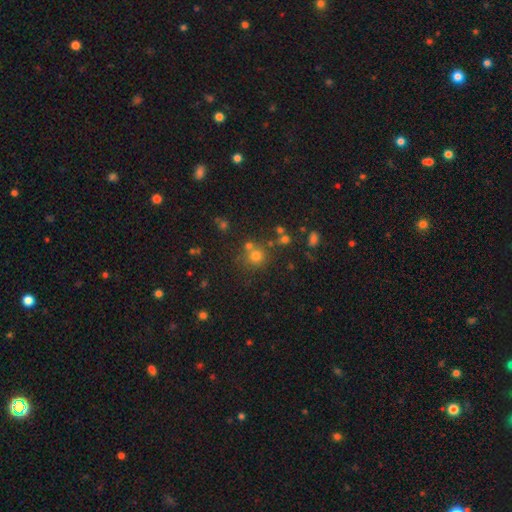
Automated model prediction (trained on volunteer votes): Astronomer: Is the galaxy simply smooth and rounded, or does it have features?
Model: smooth — 71%.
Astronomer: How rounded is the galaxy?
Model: round — 90%.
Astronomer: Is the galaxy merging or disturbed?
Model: none — 66%.